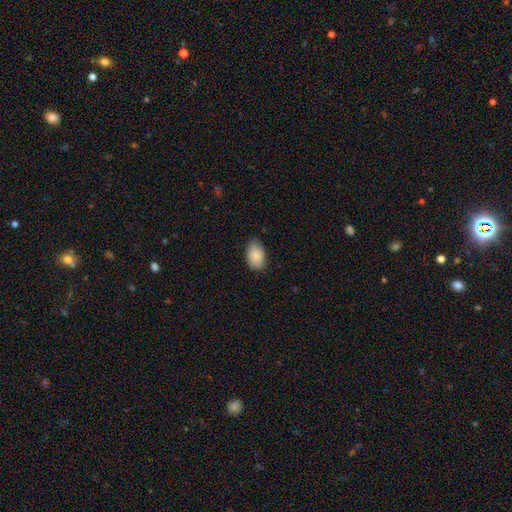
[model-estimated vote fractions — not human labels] smooth-or-featured: smooth: 88% | star or artifact: 7% | featured or disk: 6%
  how-rounded: in between: 89% | round: 10% | cigar-shaped: 1%
  merging: none: 76% | minor disturbance: 20% | major disturbance: 3% | merger: 1%